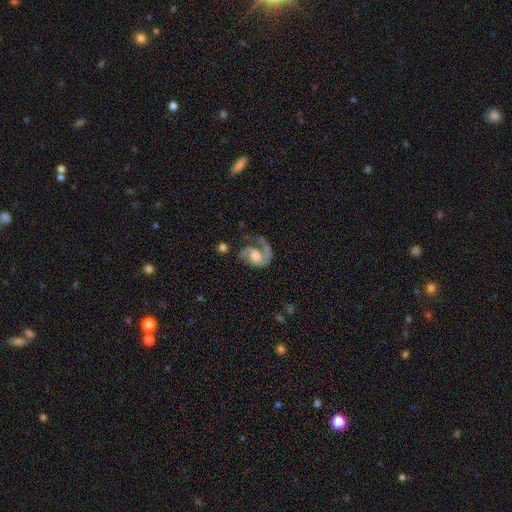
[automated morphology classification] Overall: featured or disk (83%). Edge-on disk: no (98%). Bar: no (59%; weak 33%). Spiral arms: yes (95%). Spiral arm count: 1 (54%; 2 39%). Spiral winding: medium (45%; tight 30%). Bulge size: moderate (53%; large 24%). Merging: none (47%; major disturbance 30%).